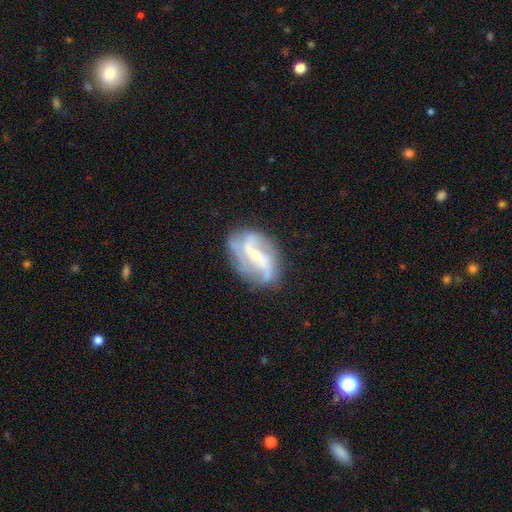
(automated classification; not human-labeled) Smooth or featured? featured or disk (83%)
Edge-on disk? no (96%)
Bar? weak (41%)
Spiral arms? yes (92%)
Spiral winding? loose (54%)
Spiral arm count? 2 (58%)
Bulge size? small (59%)
Merging? none (67%)